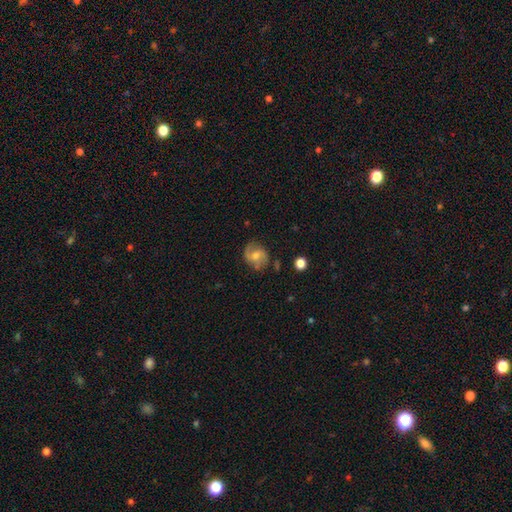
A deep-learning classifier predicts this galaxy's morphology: type=featured or disk (63%); edge-on=no (97%); bar=no (44%, tied with weak); spiral arms=yes (88%); winding=medium (46%); arm count=2 (84%); bulge=moderate (55%); merging=none (75%).